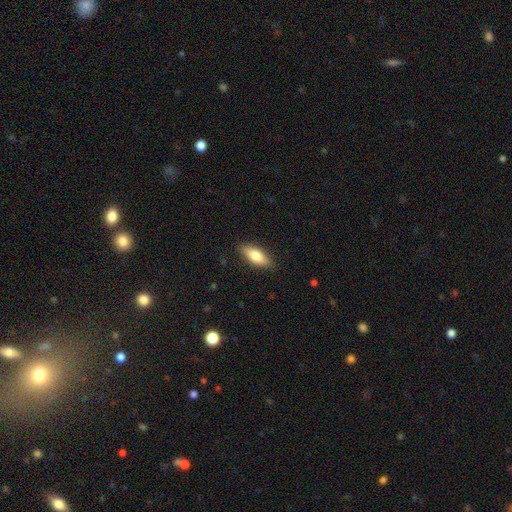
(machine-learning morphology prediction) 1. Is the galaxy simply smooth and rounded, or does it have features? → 77% smooth, 17% featured or disk, 6% star or artifact.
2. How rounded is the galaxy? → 72% in between, 26% cigar-shaped, 2% round.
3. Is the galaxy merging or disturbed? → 87% none, 10% minor disturbance, 2% major disturbance, 1% merger.